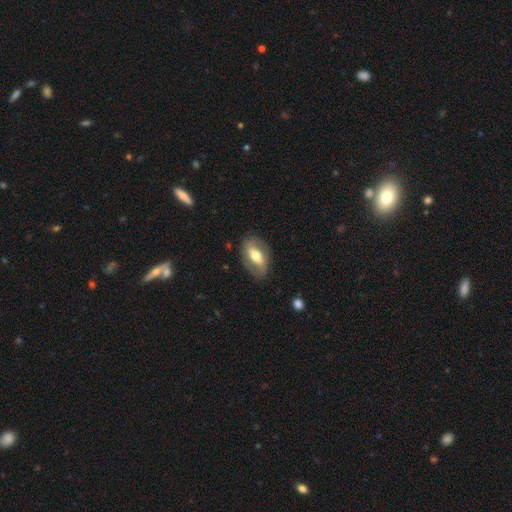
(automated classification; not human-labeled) Smooth or featured? Predicted: featured or disk (p=0.60). Edge-on disk? Predicted: no (p=0.90). Bar? Predicted: strong (p=0.43). Spiral arms? Predicted: yes (p=0.60). Bulge size? Predicted: moderate (p=0.67). Merging? Predicted: none (p=0.80).